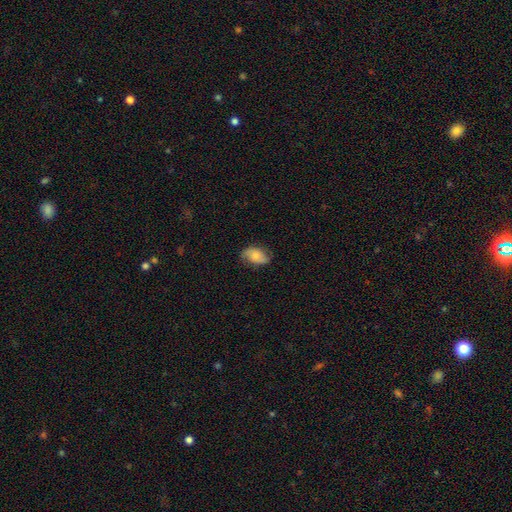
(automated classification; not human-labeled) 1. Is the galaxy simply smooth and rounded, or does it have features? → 59% smooth, 33% featured or disk, 8% star or artifact.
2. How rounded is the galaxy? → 89% in between, 9% round, 2% cigar-shaped.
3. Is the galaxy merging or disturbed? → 73% none, 21% minor disturbance, 5% major disturbance, 1% merger.